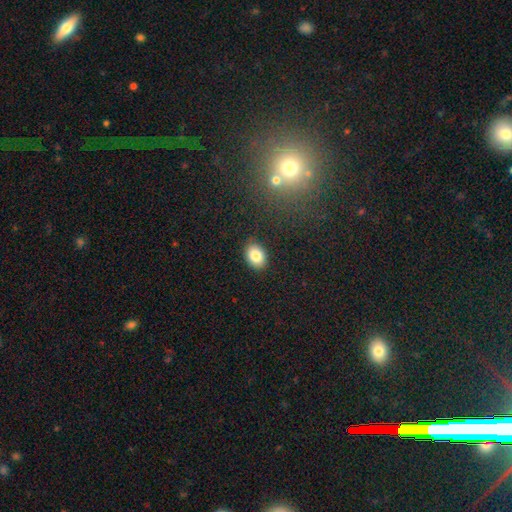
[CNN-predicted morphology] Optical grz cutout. It shows a smooth galaxy with no disk features (84%) that is in between round and cigar-shaped (77%). Merging: none (85%).